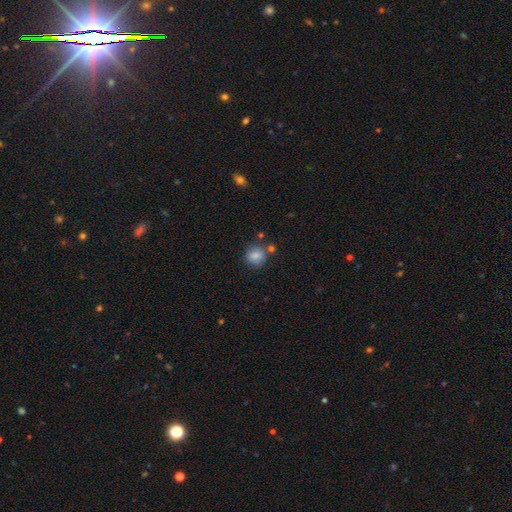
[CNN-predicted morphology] This appears to be a smooth galaxy with no disk features (83%) that is round (84%). Merging: none (73%).